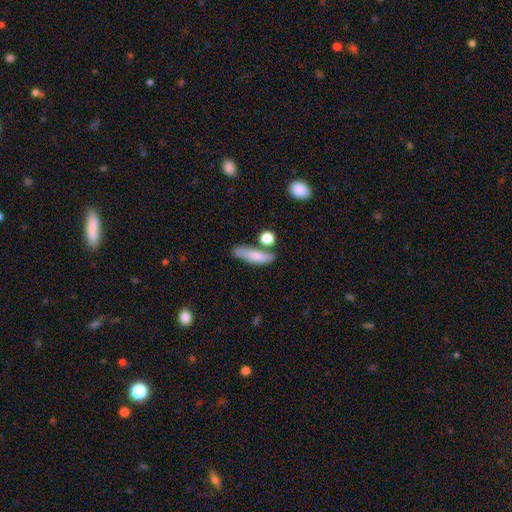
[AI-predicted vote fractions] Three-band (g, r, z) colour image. It shows a smooth galaxy with no disk features (77%) that is cigar-shaped (58%). Merging: none (60%).